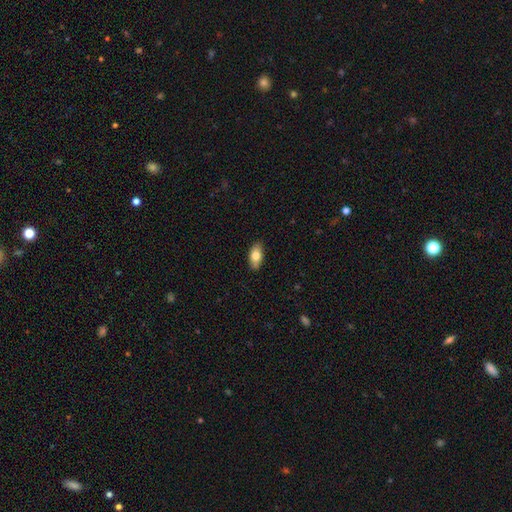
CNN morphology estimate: A smooth galaxy with no disk features (76%) that is in between round and cigar-shaped (89%). Merging: none (86%).